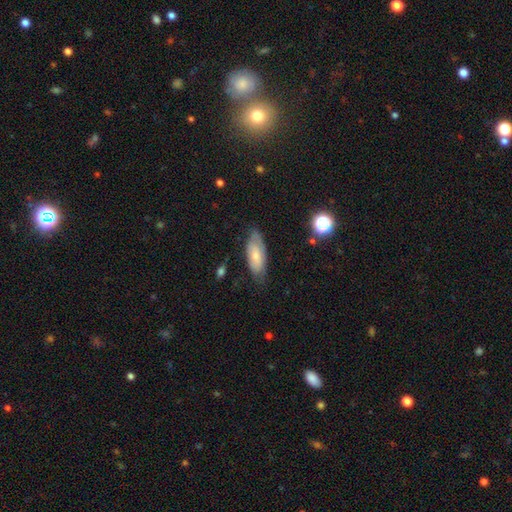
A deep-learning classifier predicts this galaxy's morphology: Smooth or featured: smooth — 57% (featured or disk — 36%)
How rounded: in between — 83% (cigar-shaped — 15%)
Merging: none — 64% (minor disturbance — 27%)